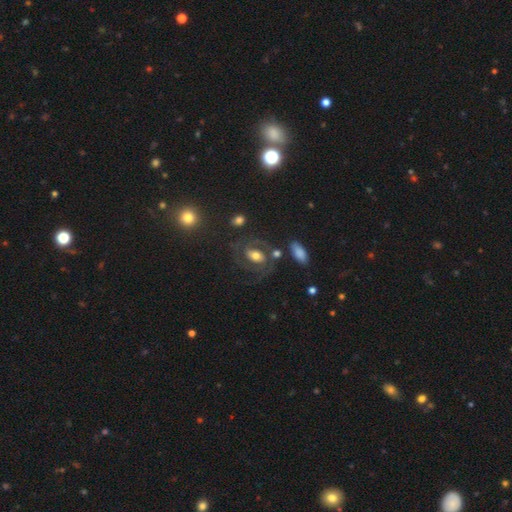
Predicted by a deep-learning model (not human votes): smooth-or-featured: featured or disk: 54% | smooth: 35% | star or artifact: 10%
  disk-edge-on: no: 94% | yes: 6%
    bar: no: 53% | weak: 30% | strong: 17%
    has-spiral-arms: yes: 65% | no: 35%
    bulge-size: moderate: 56% | large: 26% | small: 13% | dominant: 3% | none: 2%
  merging: none: 63% | minor disturbance: 16% | major disturbance: 15% | merger: 6%